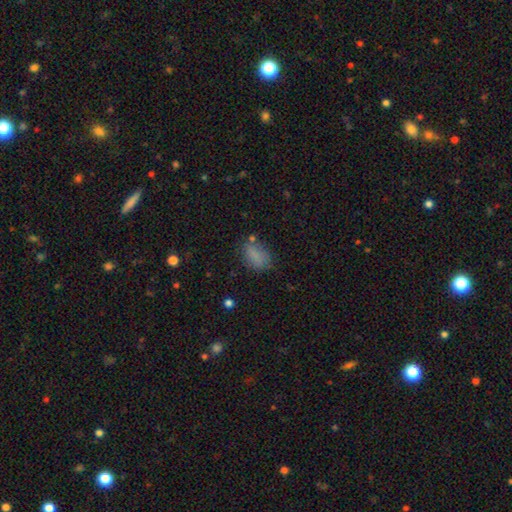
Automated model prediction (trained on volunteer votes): The model was most divided on "merging": none: 66%, minor disturbance: 22%, major disturbance: 8%, merger: 5%. More confident: how rounded — in between (85%); smooth or featured — smooth (80%).